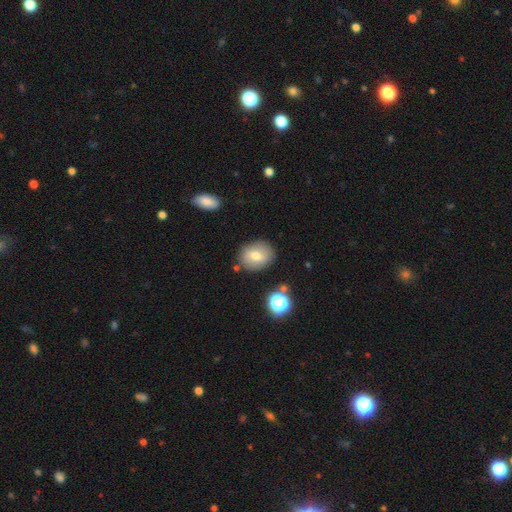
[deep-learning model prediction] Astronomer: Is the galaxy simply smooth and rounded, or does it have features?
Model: smooth — 70%.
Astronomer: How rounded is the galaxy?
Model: round — 57% (runner-up: in between, 42%).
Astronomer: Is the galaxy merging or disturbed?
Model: none — 81%.